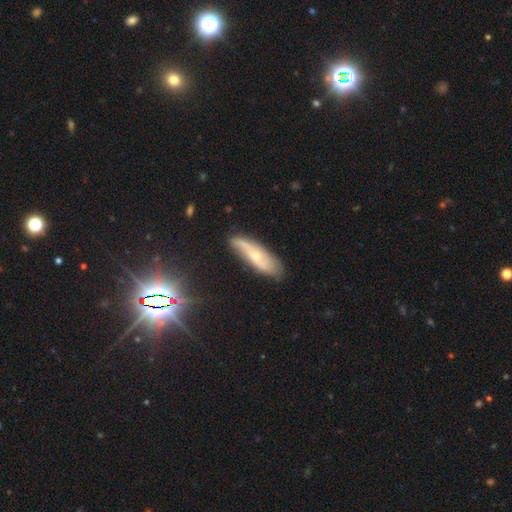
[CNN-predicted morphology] Smooth or featured?
  - featured or disk: 61% *
  - smooth: 31%
  - star or artifact: 8%
Edge-on disk?
  - no: 69% *
  - yes: 31%
Merging?
  - none: 77% *
  - minor disturbance: 18%
  - major disturbance: 4%
  - merger: 2%